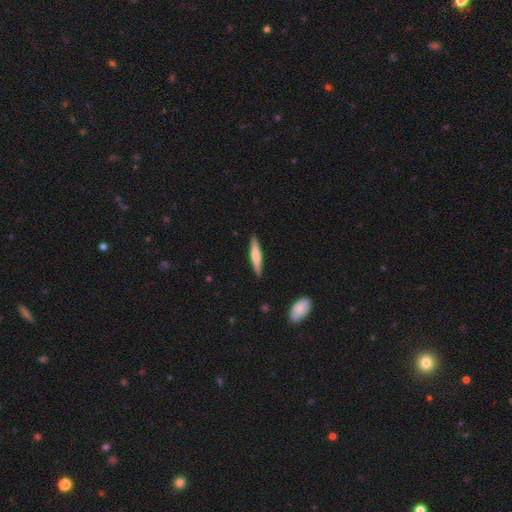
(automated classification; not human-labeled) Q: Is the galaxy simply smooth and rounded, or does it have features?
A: smooth — 57%.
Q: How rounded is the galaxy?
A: cigar-shaped — 91%.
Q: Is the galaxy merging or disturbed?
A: none — 89%.